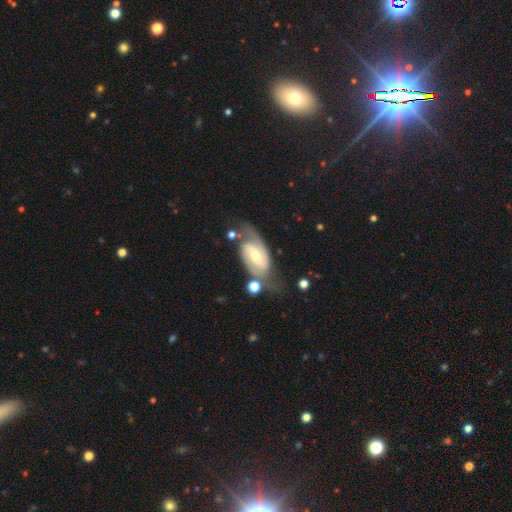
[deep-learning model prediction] featured or disk 83%, smooth 12%, star or artifact 5%. Down the decision tree: edge-on disk — no (95%); bar — weak (43%); spiral arms — yes (94%); spiral arm count — 2 (88%); spiral winding — medium (47%); bulge size — moderate (53%); merging — none (60%).